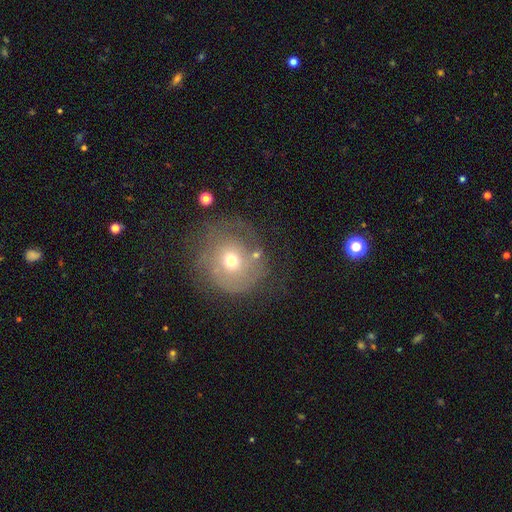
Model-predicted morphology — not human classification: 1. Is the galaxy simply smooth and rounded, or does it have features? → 48% smooth, 40% featured or disk, 12% star or artifact.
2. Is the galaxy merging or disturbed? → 56% none, 22% minor disturbance, 18% major disturbance, 4% merger.